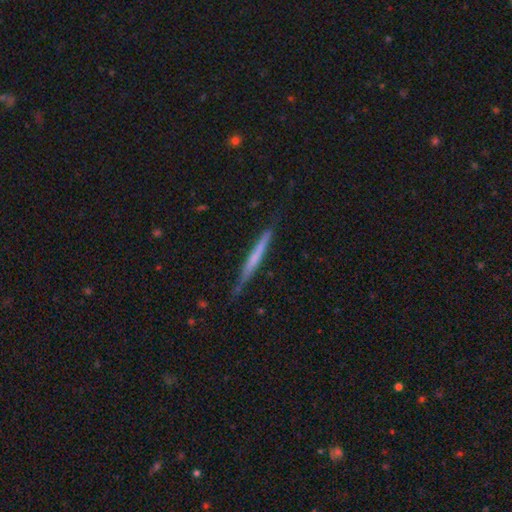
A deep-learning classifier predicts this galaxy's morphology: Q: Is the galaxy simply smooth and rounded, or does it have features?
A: featured or disk — 48%.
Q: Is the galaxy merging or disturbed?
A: none — 81%.